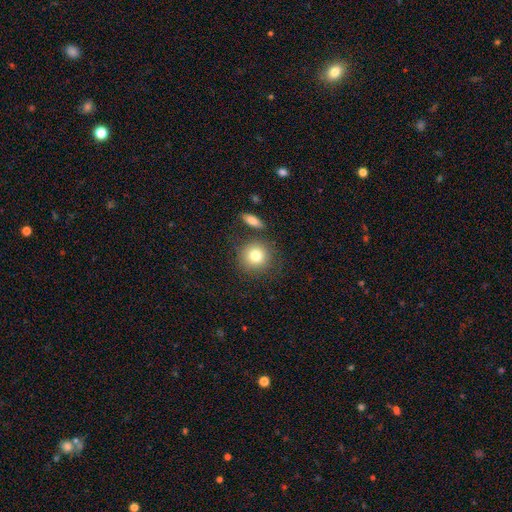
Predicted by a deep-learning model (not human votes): This is clearly a smooth galaxy (80%). How rounded: clearly round (90%). Merging: likely none (78%).